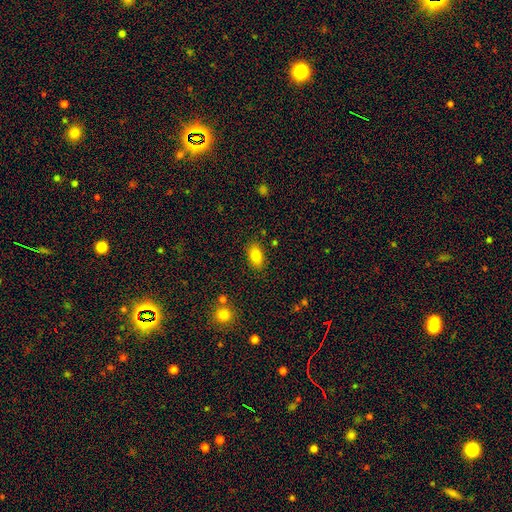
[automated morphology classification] This appears to be a smooth galaxy with no disk features (83%) that is in between round and cigar-shaped (90%). Merging: none (85%).